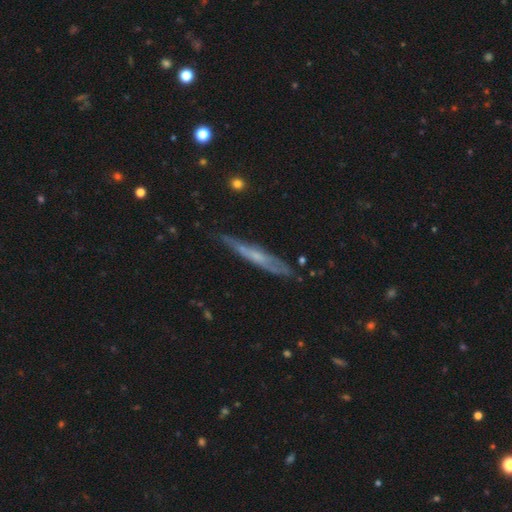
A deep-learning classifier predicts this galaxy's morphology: smooth_or_featured: featured or disk (p=0.59) [alt: smooth p=0.33]
disk_edge_on: yes (p=0.82) [alt: no p=0.18]
merging: none (p=0.74) [alt: minor disturbance p=0.19]